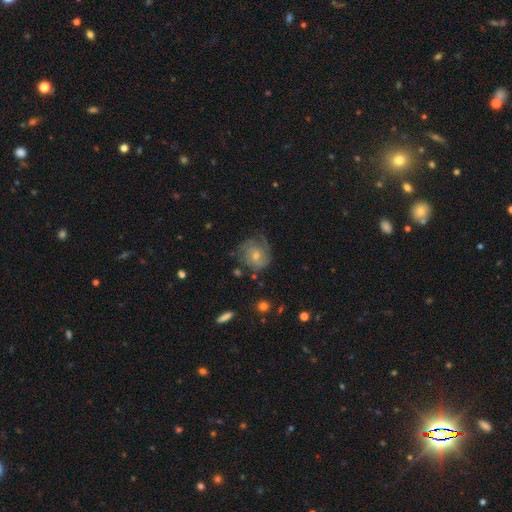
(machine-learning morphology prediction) smooth_or_featured: featured or disk (p=0.72) [alt: smooth p=0.17]
disk_edge_on: no (p=0.97) [alt: yes p=0.03]
bar: no (p=0.69) [alt: weak p=0.27]
has_spiral_arms: yes (p=0.91) [alt: no p=0.09]
spiral_winding: tight (p=0.51) [alt: medium p=0.36]
spiral_arm_count: can't tell (p=0.34) [alt: 2 p=0.24]
bulge_size: small (p=0.48) [alt: moderate p=0.47]
merging: none (p=0.67) [alt: minor disturbance p=0.20]